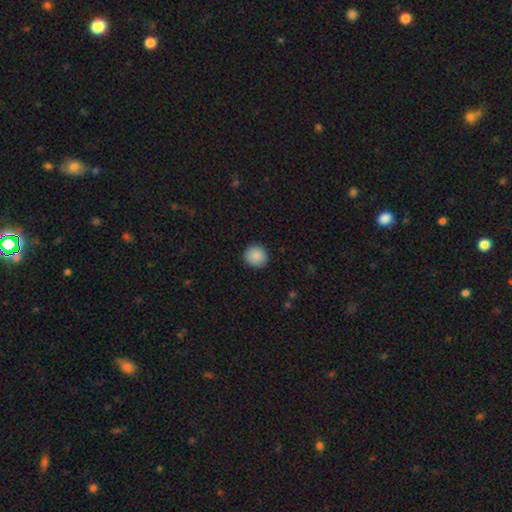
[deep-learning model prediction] Morphology: type=smooth (88%); roundness=round (91%); merging=none (91%).